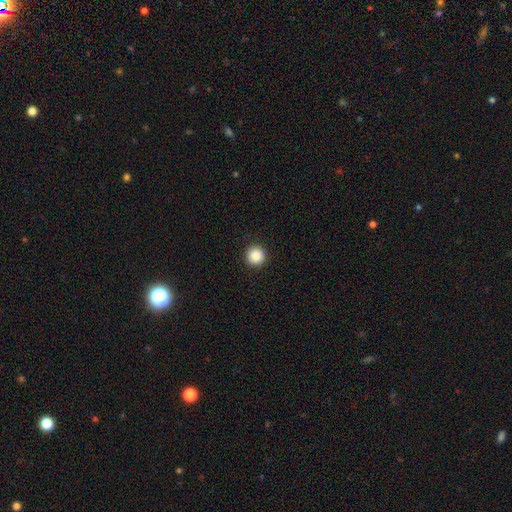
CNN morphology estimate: Q: Smooth or featured?
A: smooth (89%); runner-up: star or artifact (9%)
Q: How rounded?
A: round (96%); runner-up: in between (3%)
Q: Merging?
A: none (92%); runner-up: minor disturbance (5%)